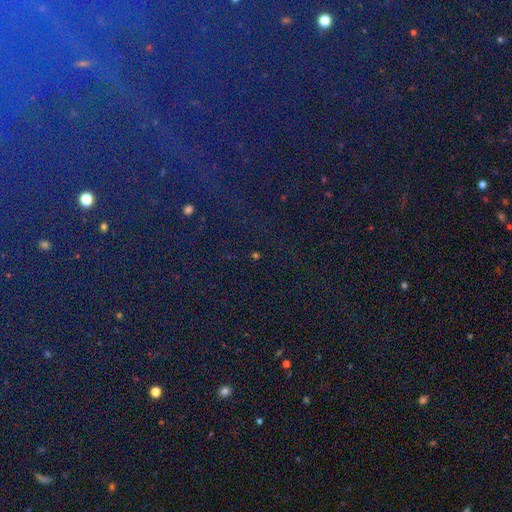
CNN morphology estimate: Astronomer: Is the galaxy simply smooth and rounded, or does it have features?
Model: star or artifact — 81%.